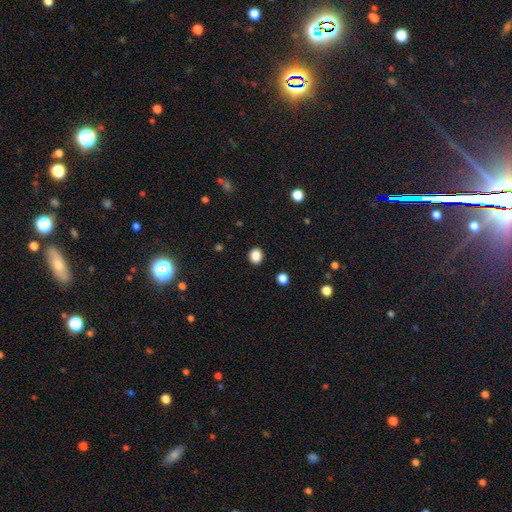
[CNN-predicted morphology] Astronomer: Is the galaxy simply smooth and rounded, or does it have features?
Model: smooth — 87%.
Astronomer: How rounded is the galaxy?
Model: round — 72%.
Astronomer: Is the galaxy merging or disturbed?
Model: none — 91%.